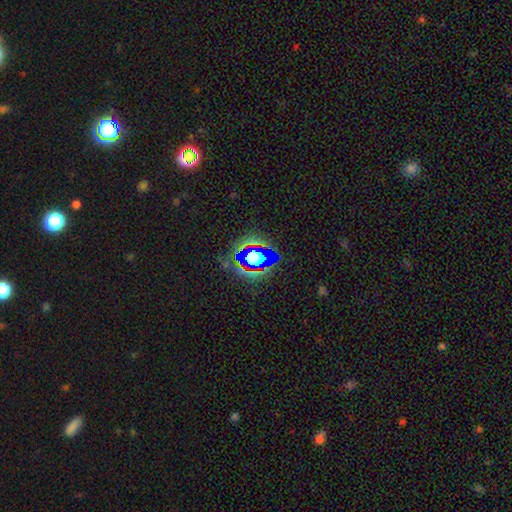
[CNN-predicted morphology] Q: Smooth or featured?
A: star or artifact (50%); runner-up: smooth (31%)